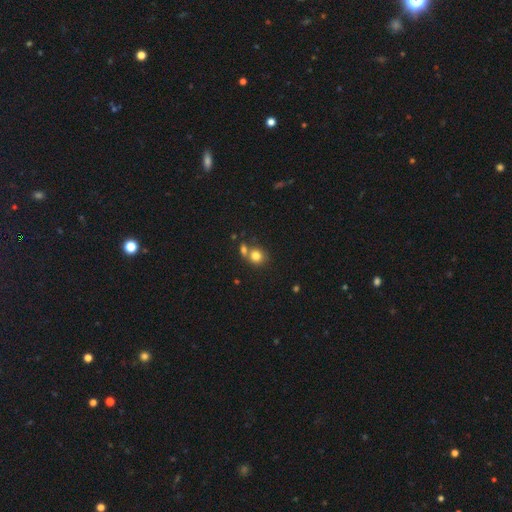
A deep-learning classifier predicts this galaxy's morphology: smooth-or-featured: smooth: 80% | star or artifact: 11% | featured or disk: 9%
  how-rounded: round: 81% | in between: 18% | cigar-shaped: 1%
  merging: none: 53% | merger: 34% | minor disturbance: 10% | major disturbance: 4%